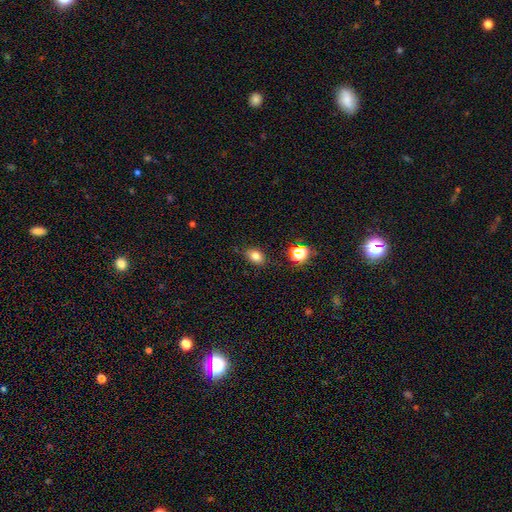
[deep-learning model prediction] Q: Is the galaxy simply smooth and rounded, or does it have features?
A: smooth — 76%.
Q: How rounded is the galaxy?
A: in between — 75%.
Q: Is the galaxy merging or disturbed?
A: none — 80%.